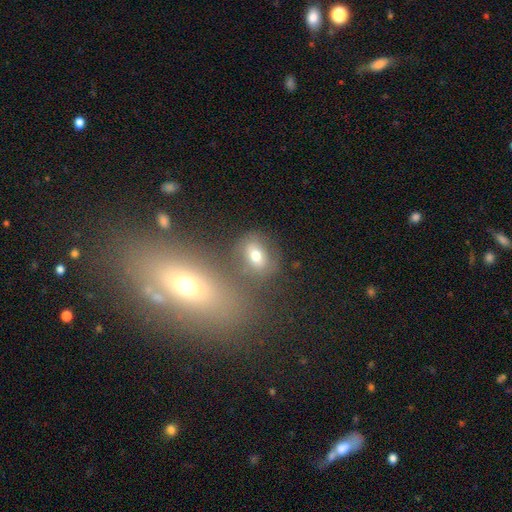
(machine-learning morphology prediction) Q: Smooth or featured?
A: smooth (67%); runner-up: featured or disk (18%)
Q: How rounded?
A: in between (66%); runner-up: round (31%)
Q: Merging?
A: none (65%); runner-up: minor disturbance (14%)